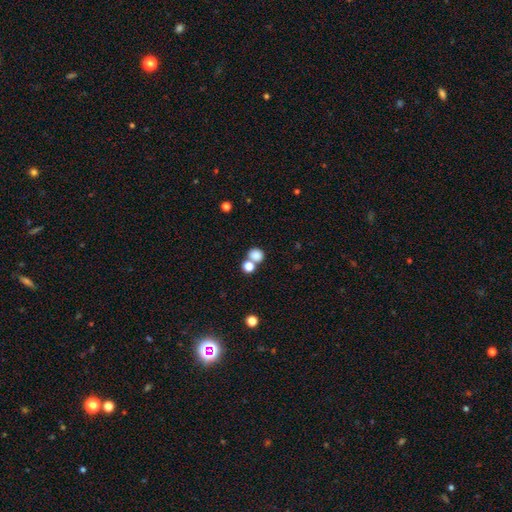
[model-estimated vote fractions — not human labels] This appears to be a smooth galaxy with no disk features (81%) that is round (74%). Merging: none (53%).